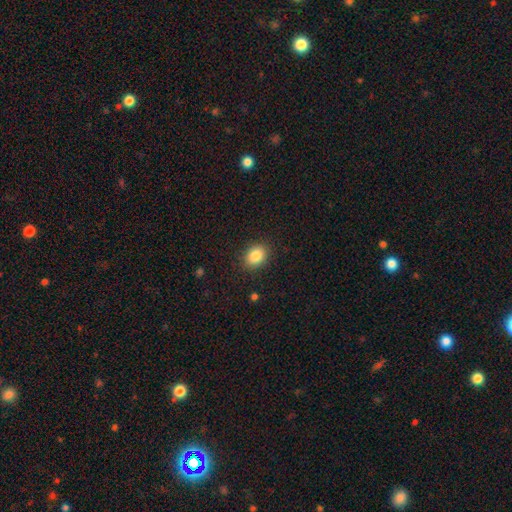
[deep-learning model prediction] Morphology: type=smooth (86%); roundness=in between (65%); merging=none (88%).